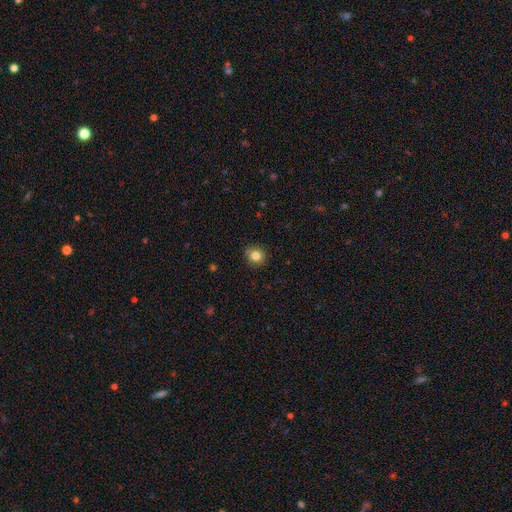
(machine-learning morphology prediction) smooth-or-featured: smooth: 83% | star or artifact: 11% | featured or disk: 6%
  how-rounded: round: 87% | in between: 12% | cigar-shaped: 1%
  merging: none: 87% | minor disturbance: 9% | major disturbance: 2% | merger: 1%